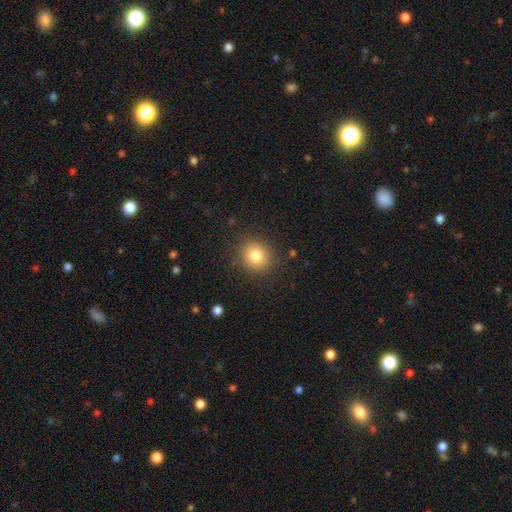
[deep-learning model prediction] A smooth galaxy with no disk features (81%) that is round (82%).

Vote fractions:
- Smooth or featured? smooth: 81% / star or artifact: 11% / featured or disk: 8%
- How rounded? round: 82% / in between: 17% / cigar-shaped: 1%
- Merging? none: 88% / minor disturbance: 8% / major disturbance: 3% / merger: 1%